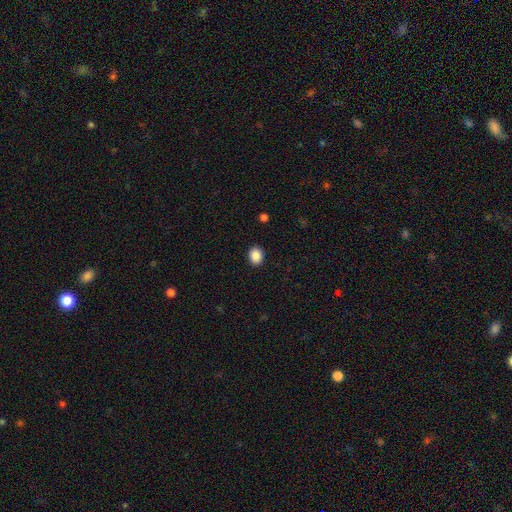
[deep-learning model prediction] Smooth or featured: smooth — 89% (star or artifact — 9%)
How rounded: round — 50% (in between — 49%)
Merging: none — 91% (minor disturbance — 6%)